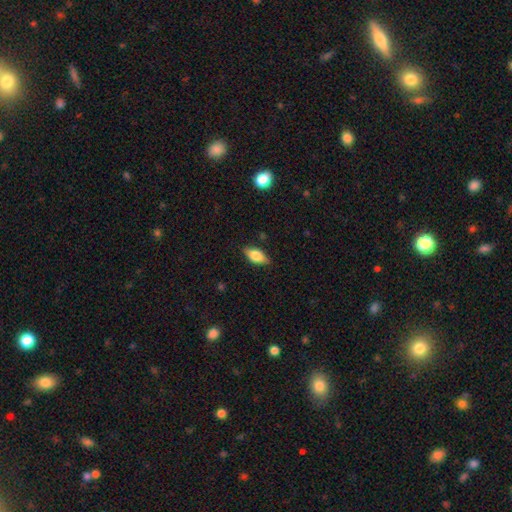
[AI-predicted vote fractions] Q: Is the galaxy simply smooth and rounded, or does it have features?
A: smooth — 73%.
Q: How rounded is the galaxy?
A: in between — 85%.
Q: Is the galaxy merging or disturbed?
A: none — 84%.